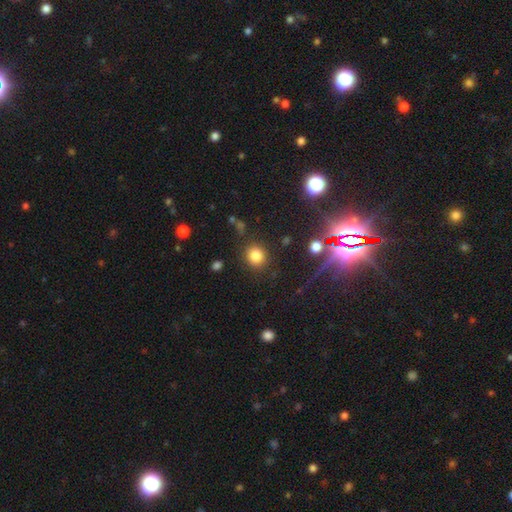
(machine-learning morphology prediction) smooth_or_featured: smooth (p=0.82) [alt: star or artifact p=0.12]
how_rounded: round (p=0.84) [alt: in between p=0.15]
merging: none (p=0.85) [alt: minor disturbance p=0.08]